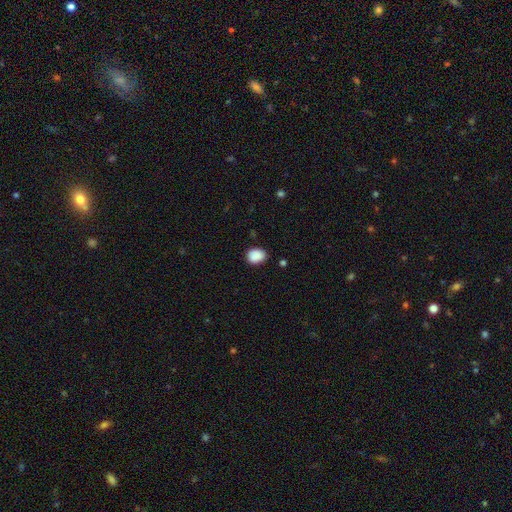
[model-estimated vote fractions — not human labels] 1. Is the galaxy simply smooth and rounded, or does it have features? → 88% smooth, 8% star or artifact, 4% featured or disk.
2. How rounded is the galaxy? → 53% in between, 46% round, 1% cigar-shaped.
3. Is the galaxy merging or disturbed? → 75% none, 19% minor disturbance, 4% major disturbance, 3% merger.